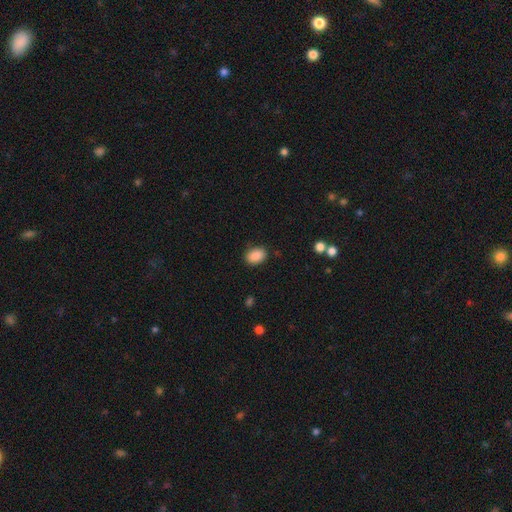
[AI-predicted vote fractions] This is clearly a smooth galaxy (89%). How rounded: clearly in between (81%). Merging: clearly none (86%).